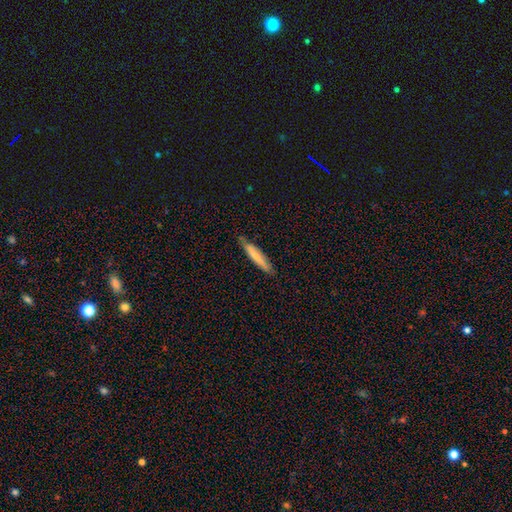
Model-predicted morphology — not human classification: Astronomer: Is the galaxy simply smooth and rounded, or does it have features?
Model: smooth — 67%.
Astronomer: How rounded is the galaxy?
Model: cigar-shaped — 91%.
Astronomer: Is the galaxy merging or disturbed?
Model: none — 81%.